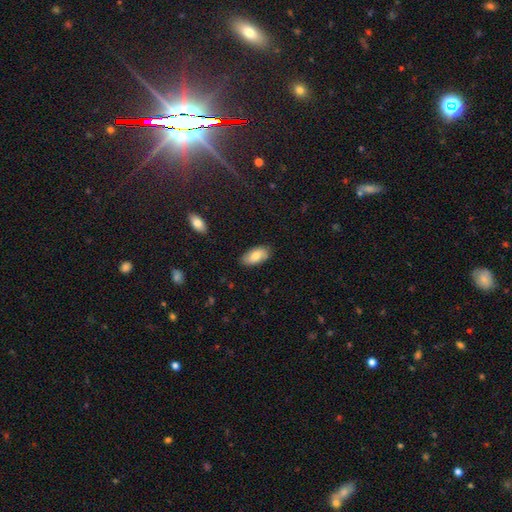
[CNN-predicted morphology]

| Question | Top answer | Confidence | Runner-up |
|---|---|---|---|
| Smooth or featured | smooth | 79% | featured or disk (14%) |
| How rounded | in between | 94% | cigar-shaped (4%) |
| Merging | none | 84% | minor disturbance (13%) |